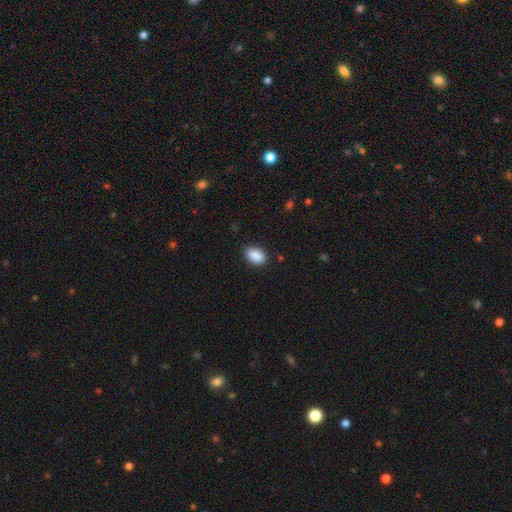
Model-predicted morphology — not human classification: A smooth galaxy with no disk features (90%) that is in between round and cigar-shaped (90%).

Vote fractions:
- Smooth or featured? smooth: 90% / star or artifact: 7% / featured or disk: 3%
- How rounded? in between: 90% / round: 9% / cigar-shaped: 1%
- Merging? none: 85% / minor disturbance: 12% / major disturbance: 2% / merger: 1%